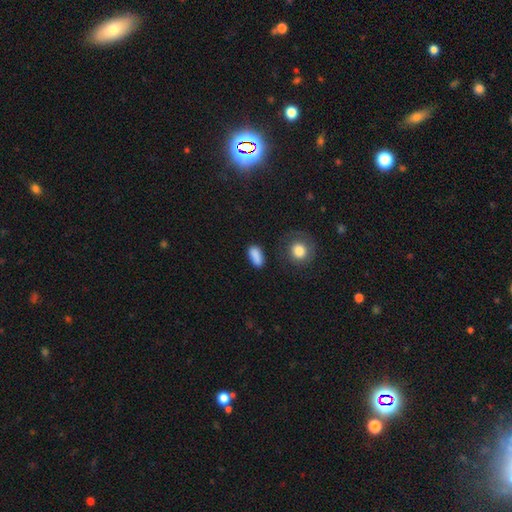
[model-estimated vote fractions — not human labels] Overall: smooth (86%). How rounded: in between (82%). Merging: none (73%).